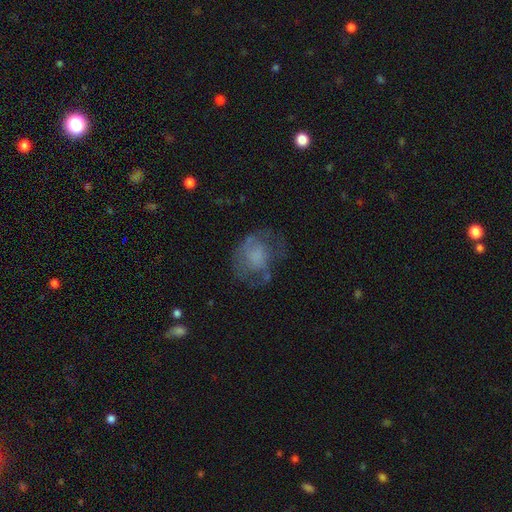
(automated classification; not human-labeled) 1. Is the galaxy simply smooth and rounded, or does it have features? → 45% featured or disk, 43% smooth, 12% star or artifact.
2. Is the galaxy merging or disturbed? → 46% none, 28% major disturbance, 24% minor disturbance, 2% merger.